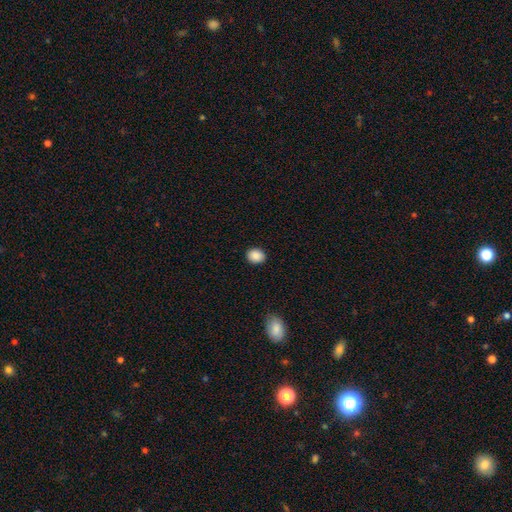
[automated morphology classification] The model was most divided on "how rounded": round: 58%, in between: 41%, cigar-shaped: 1%. More confident: merging — none (89%); smooth or featured — smooth (88%).